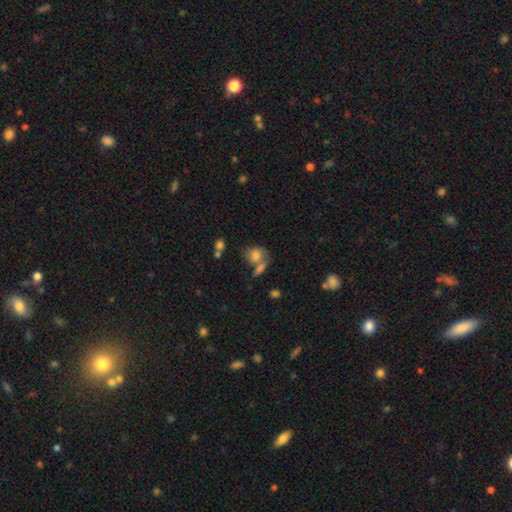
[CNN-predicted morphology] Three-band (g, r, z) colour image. It shows a smooth galaxy with no disk features (75%) that is round (52%). Merging: none (41%).